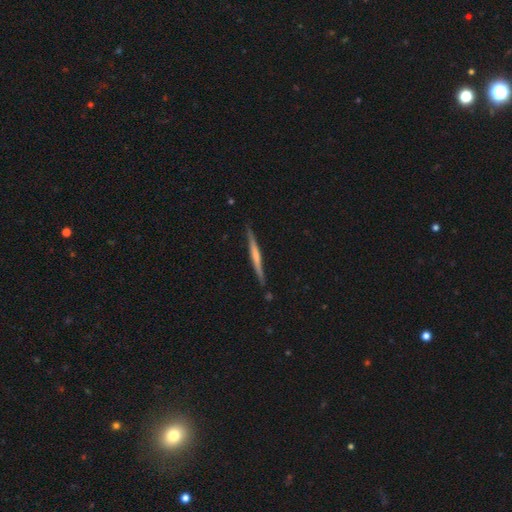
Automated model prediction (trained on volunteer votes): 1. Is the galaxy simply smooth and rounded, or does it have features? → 55% featured or disk, 40% smooth, 5% star or artifact.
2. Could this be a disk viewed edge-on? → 97% yes, 3% no.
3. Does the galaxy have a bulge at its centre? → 55% none, 29% rounded, 15% boxy.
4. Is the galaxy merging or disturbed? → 87% none, 9% minor disturbance, 2% merger, 2% major disturbance.